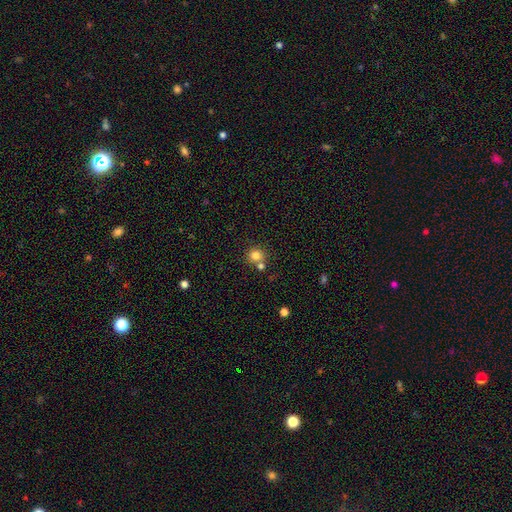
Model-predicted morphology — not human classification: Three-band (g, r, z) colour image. It shows a smooth galaxy with no disk features (81%) that is round (89%). Merging: none (66%).